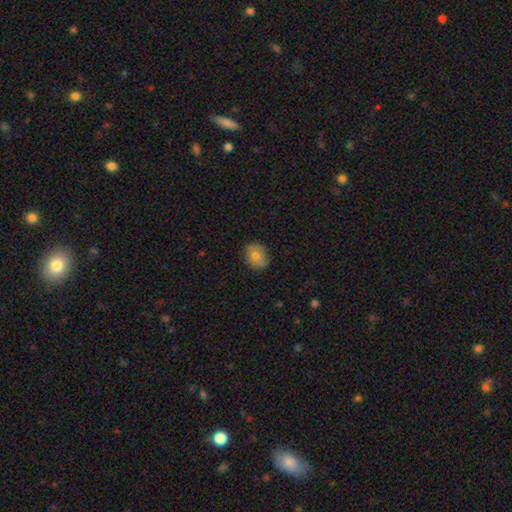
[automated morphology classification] A smooth galaxy with no disk features (71%) that is round (59%). Merging: none (82%).